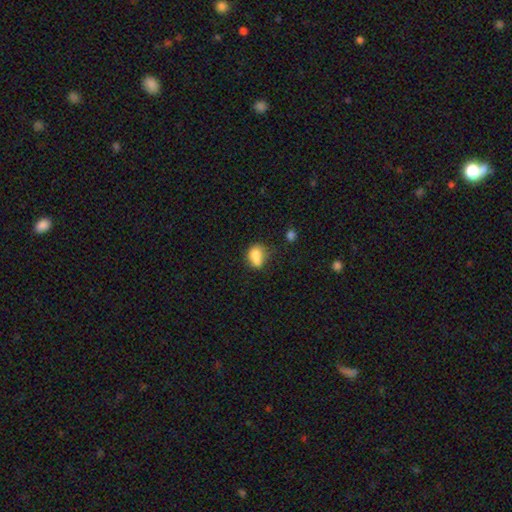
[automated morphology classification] Smooth or featured?
  - smooth: 74% *
  - featured or disk: 16%
  - star or artifact: 10%
How rounded?
  - round: 55% *
  - in between: 43%
  - cigar-shaped: 1%
Merging?
  - merger: 41% *
  - none: 32%
  - minor disturbance: 18%
  - major disturbance: 9%